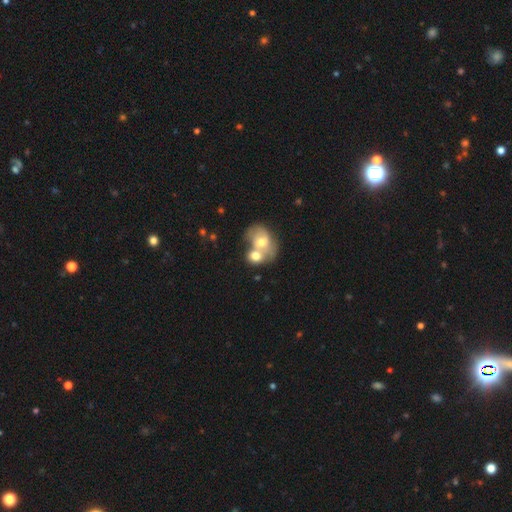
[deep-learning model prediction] smooth 60%, featured or disk 31%, star or artifact 8%. Down the decision tree: how rounded — in between (52%); merging — merger (71%).